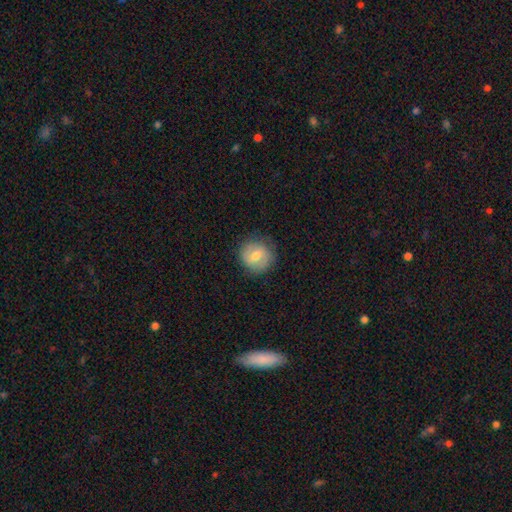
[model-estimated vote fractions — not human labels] This is likely a smooth galaxy (63%). How rounded: clearly round (89%). Merging: clearly none (82%).